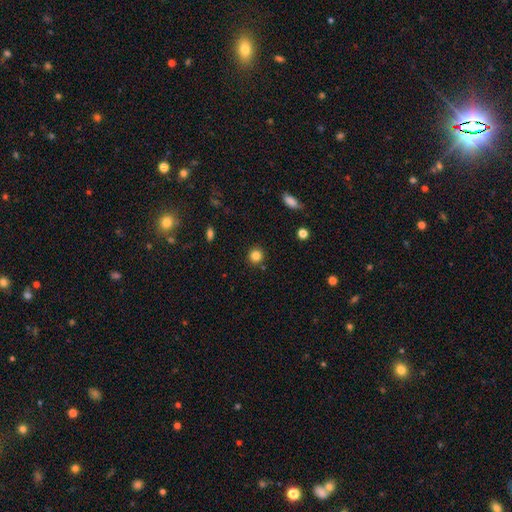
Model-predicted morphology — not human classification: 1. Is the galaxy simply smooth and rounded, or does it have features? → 83% smooth, 12% star or artifact, 5% featured or disk.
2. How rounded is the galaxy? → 92% round, 7% in between, 1% cigar-shaped.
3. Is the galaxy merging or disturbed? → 89% none, 6% minor disturbance, 3% merger, 2% major disturbance.